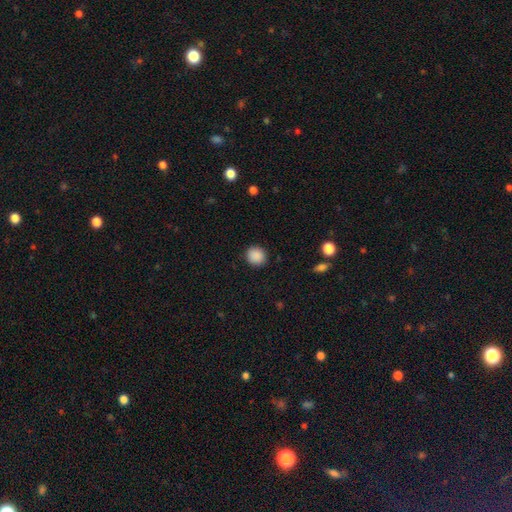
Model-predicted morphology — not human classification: smooth 89%, star or artifact 8%, featured or disk 3%. Down the decision tree: how rounded — round (86%); merging — none (89%).